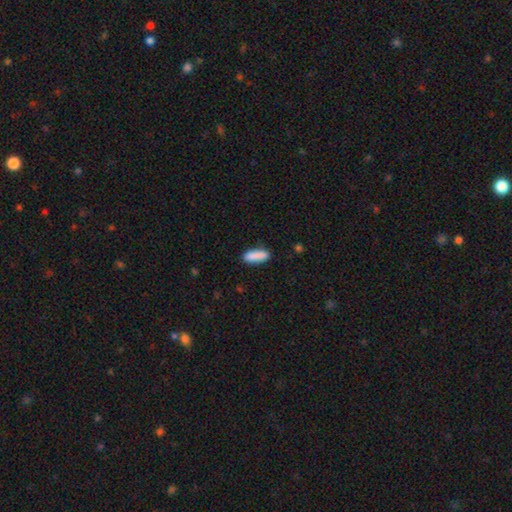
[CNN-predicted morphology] Smooth or featured?
  - smooth: 88% *
  - star or artifact: 6%
  - featured or disk: 5%
How rounded?
  - in between: 52% *
  - cigar-shaped: 47%
  - round: 2%
Merging?
  - none: 86% *
  - minor disturbance: 10%
  - major disturbance: 2%
  - merger: 2%